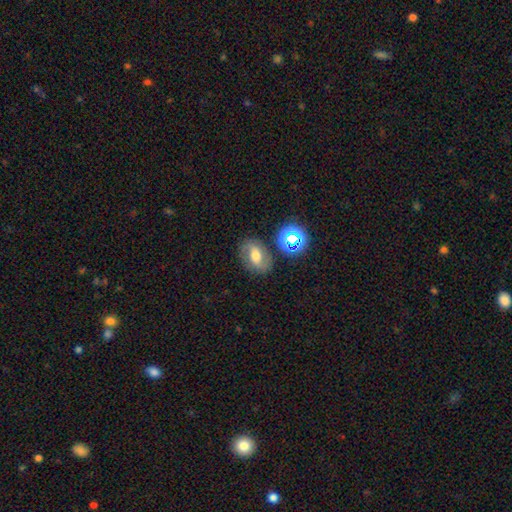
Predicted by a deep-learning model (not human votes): This is possibly a featured or disk galaxy (52%). It is clearly not viewed edge-on (95%). Merging: likely none (79%).